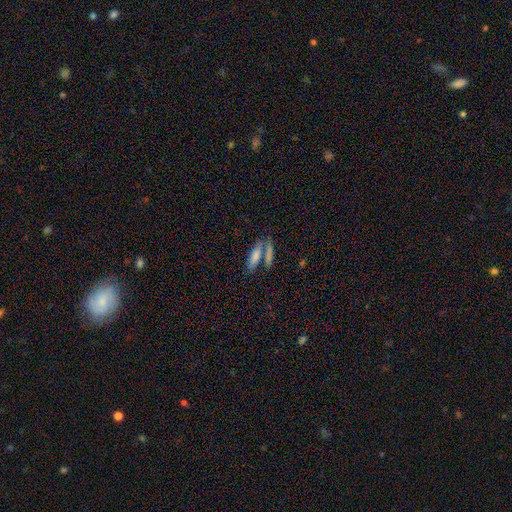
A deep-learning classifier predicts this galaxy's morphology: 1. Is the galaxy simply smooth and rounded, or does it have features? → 70% smooth, 21% featured or disk, 10% star or artifact.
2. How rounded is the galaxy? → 61% cigar-shaped, 36% in between, 4% round.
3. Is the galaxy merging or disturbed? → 52% none, 33% merger, 10% minor disturbance, 5% major disturbance.